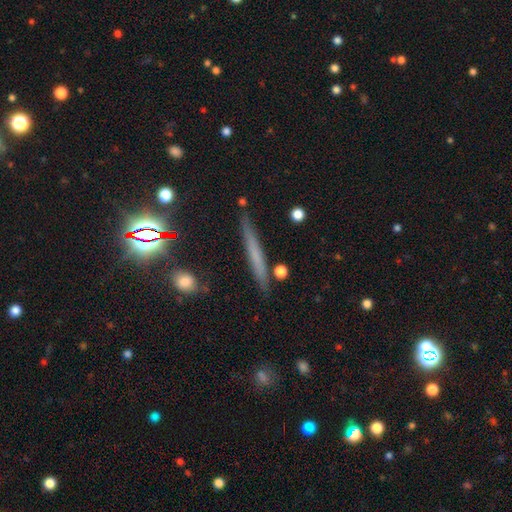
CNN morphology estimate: smooth 48%, featured or disk 37%, star or artifact 14%. Down the decision tree: merging — none (84%).